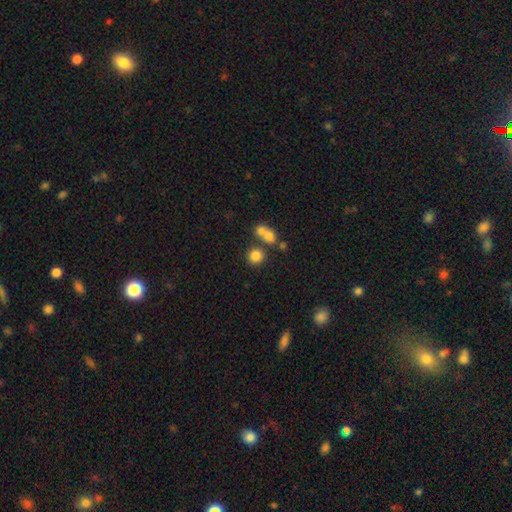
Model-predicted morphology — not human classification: Smooth or featured? smooth (80%)
How rounded? round (89%)
Merging? none (67%)